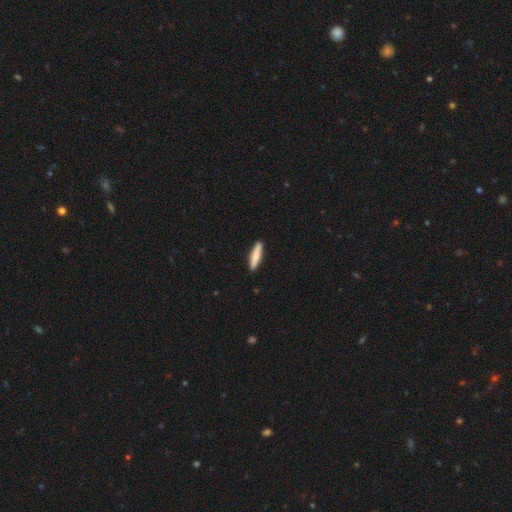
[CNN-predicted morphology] Smooth or featured? smooth (77%)
How rounded? cigar-shaped (86%)
Merging? none (91%)